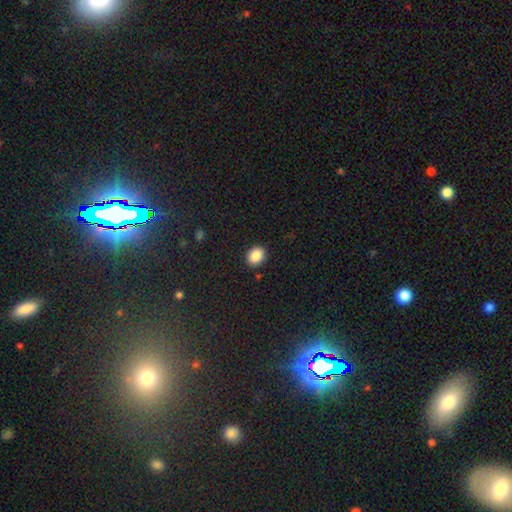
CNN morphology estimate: This is clearly a smooth galaxy (88%). How rounded: possibly in between (54%). Merging: clearly none (89%).